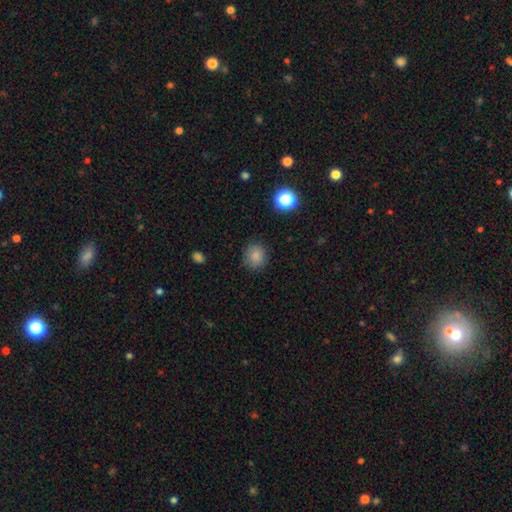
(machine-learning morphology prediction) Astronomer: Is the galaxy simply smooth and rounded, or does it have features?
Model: smooth — 84%.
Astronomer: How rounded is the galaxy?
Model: round — 86%.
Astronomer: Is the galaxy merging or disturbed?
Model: none — 84%.